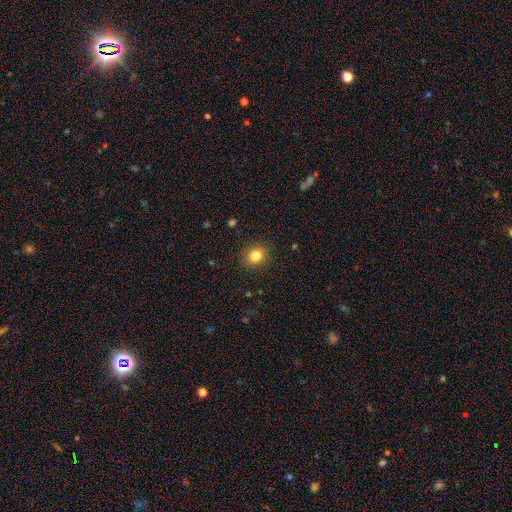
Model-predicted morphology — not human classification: Q: Smooth or featured?
A: smooth (83%); runner-up: star or artifact (11%)
Q: How rounded?
A: round (74%); runner-up: in between (25%)
Q: Merging?
A: none (89%); runner-up: minor disturbance (7%)